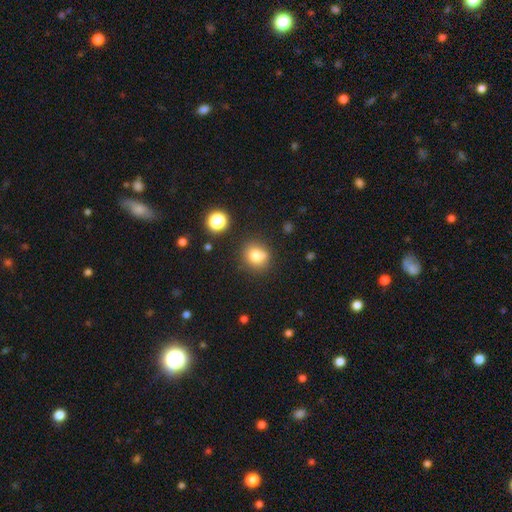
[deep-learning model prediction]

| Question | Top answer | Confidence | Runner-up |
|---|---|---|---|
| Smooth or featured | smooth | 78% | star or artifact (13%) |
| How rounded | round | 79% | in between (20%) |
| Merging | none | 76% | minor disturbance (14%) |